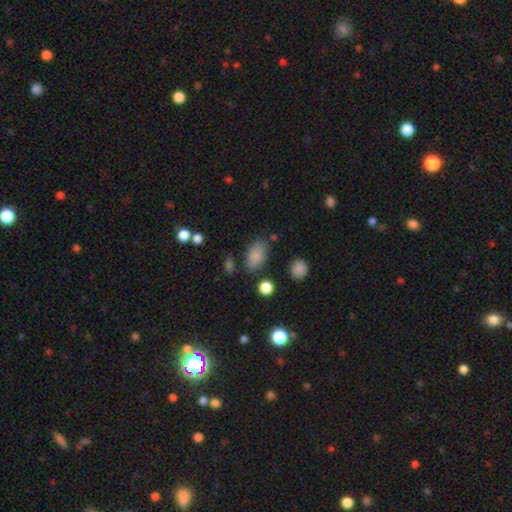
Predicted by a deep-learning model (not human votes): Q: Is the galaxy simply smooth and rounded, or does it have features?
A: smooth — 83%.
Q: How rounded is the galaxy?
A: in between — 90%.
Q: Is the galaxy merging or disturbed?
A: none — 73%.